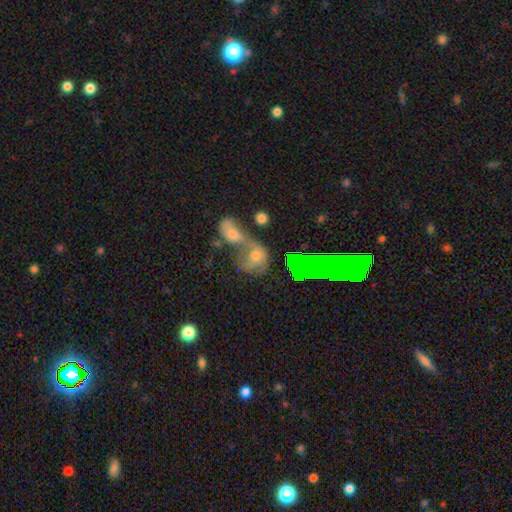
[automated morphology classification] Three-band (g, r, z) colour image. It shows a smooth galaxy with no disk features (50%). Merging: merger (72%).